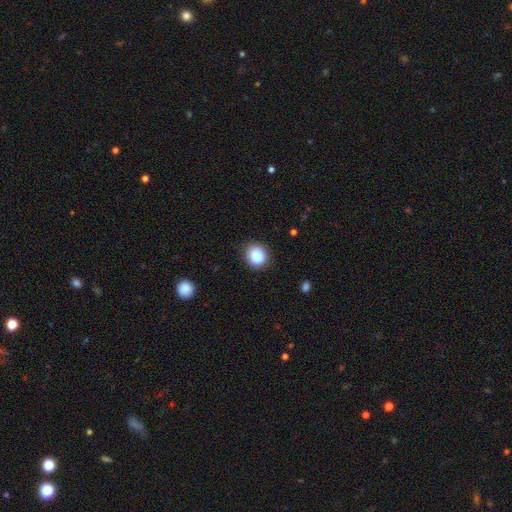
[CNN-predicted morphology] Q: Smooth or featured?
A: smooth (83%); runner-up: star or artifact (10%)
Q: How rounded?
A: round (79%); runner-up: in between (20%)
Q: Merging?
A: none (90%); runner-up: minor disturbance (7%)